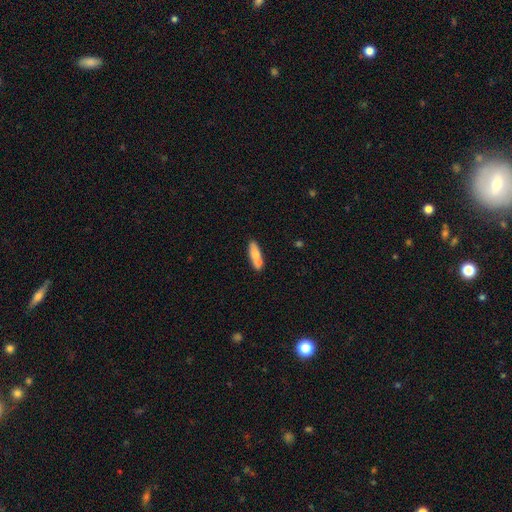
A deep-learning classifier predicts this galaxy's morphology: A smooth galaxy with no disk features (66%) that is in between round and cigar-shaped (51%).

Vote fractions:
- Smooth or featured? smooth: 66% / featured or disk: 27% / star or artifact: 7%
- How rounded? in between: 51% / cigar-shaped: 46% / round: 3%
- Merging? none: 55% / merger: 28% / minor disturbance: 14% / major disturbance: 3%